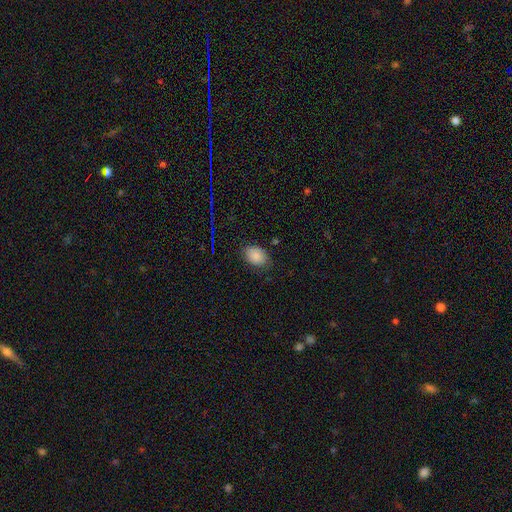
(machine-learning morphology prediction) type=smooth (85%); roundness=in between (79%); merging=none (75%).